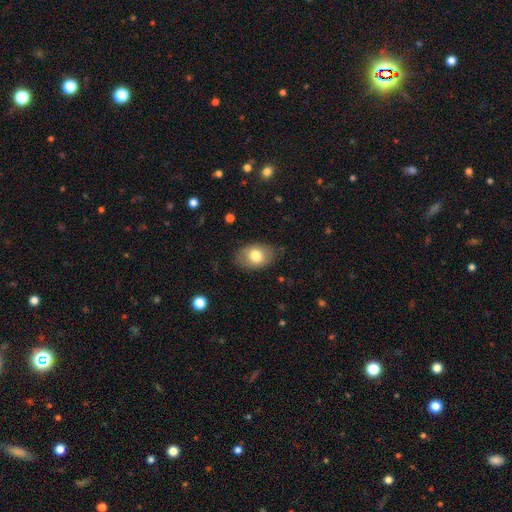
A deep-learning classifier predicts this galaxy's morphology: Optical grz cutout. It shows a smooth galaxy with no disk features (76%) that is in between round and cigar-shaped (83%). Merging: none (78%).